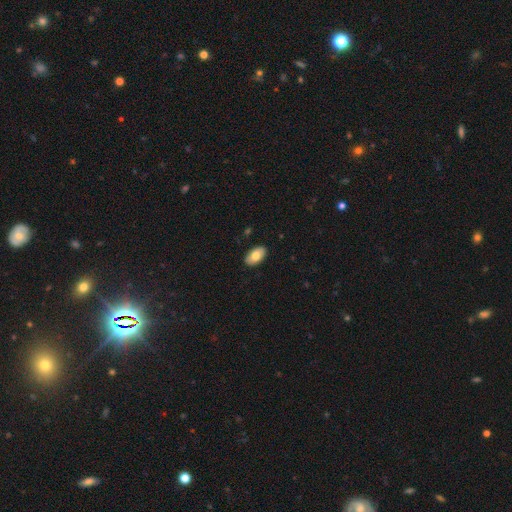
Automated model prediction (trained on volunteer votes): Q: Smooth or featured?
A: smooth (76%); runner-up: featured or disk (18%)
Q: How rounded?
A: in between (95%); runner-up: round (3%)
Q: Merging?
A: none (89%); runner-up: minor disturbance (8%)